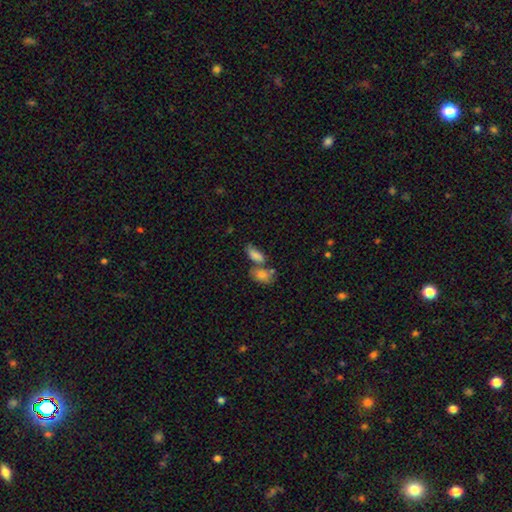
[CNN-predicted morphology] The model was most divided on "merging" (2-way tie): merger: 39%, none: 39%, minor disturbance: 15%, major disturbance: 7%. More confident: how rounded — in between (83%); smooth or featured — smooth (78%).